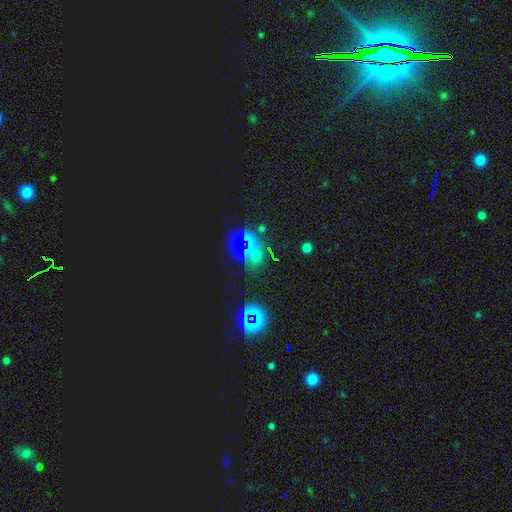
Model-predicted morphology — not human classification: A star or artifact, not a galaxy (66%).